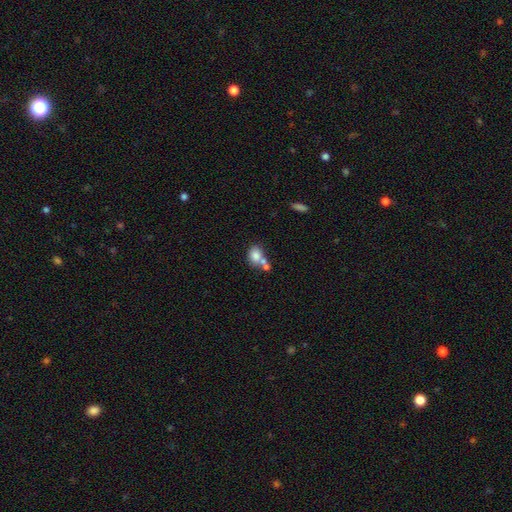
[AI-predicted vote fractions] smooth-or-featured: smooth: 78% | featured or disk: 12% | star or artifact: 10%
  how-rounded: in between: 54% | round: 44% | cigar-shaped: 1%
  merging: merger: 45% | none: 38% | minor disturbance: 11% | major disturbance: 5%